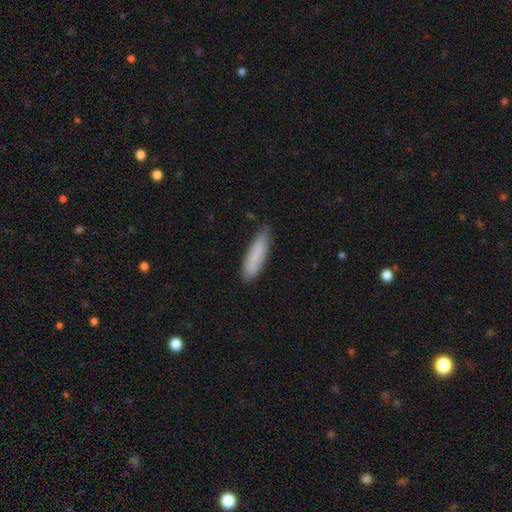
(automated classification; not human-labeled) smooth_or_featured: smooth (p=0.79) [alt: featured or disk p=0.14]
how_rounded: cigar-shaped (p=0.68) [alt: in between p=0.30]
merging: none (p=0.76) [alt: minor disturbance p=0.19]